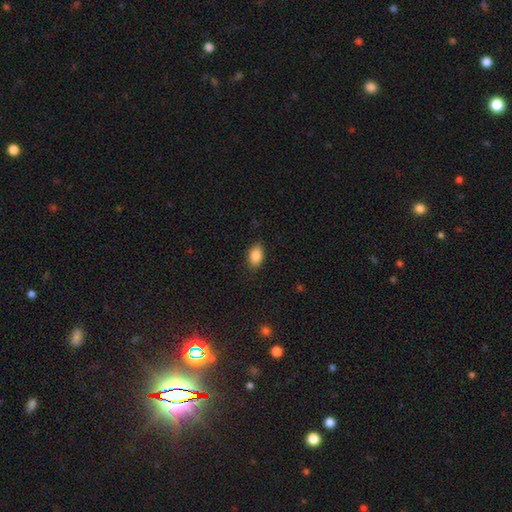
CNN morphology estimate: This appears to be a smooth galaxy with no disk features (87%) that is in between round and cigar-shaped (87%). Merging: none (86%).